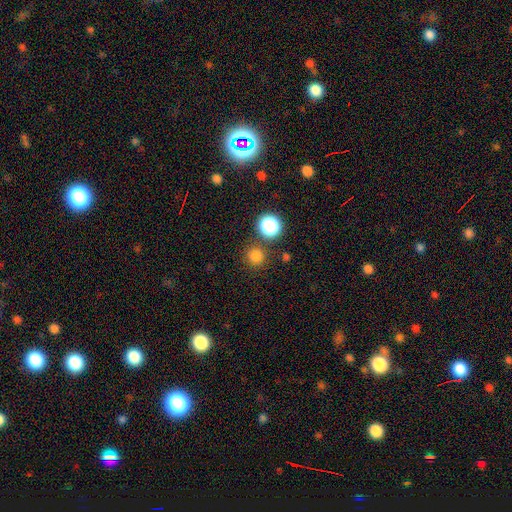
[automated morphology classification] smooth_or_featured: smooth (p=0.78) [alt: star or artifact p=0.17]
how_rounded: round (p=0.94) [alt: in between p=0.05]
merging: none (p=0.84) [alt: merger p=0.06]